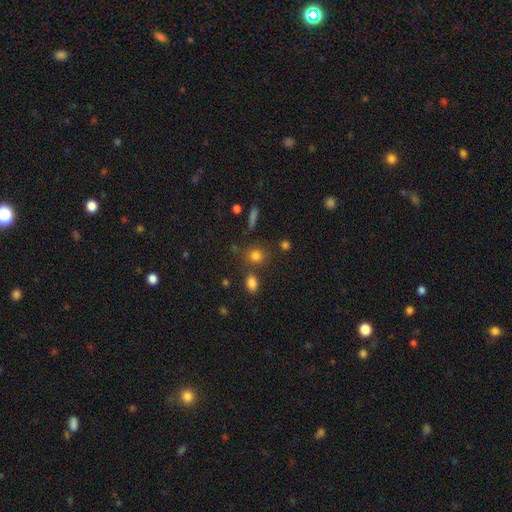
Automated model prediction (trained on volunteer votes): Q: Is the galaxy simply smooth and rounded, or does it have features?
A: smooth — 79%.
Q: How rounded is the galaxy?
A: round — 73%.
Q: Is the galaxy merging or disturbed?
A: none — 72%.